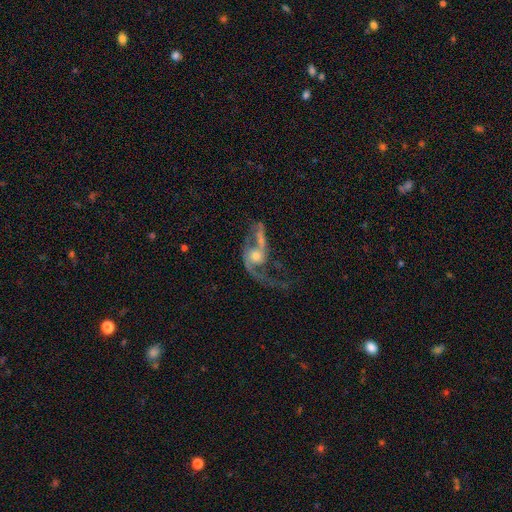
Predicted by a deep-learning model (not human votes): Overall: featured or disk (80%). Edge-on disk: no (95%). Bar: no (69%). Spiral arms: yes (85%). Spiral arm count: 2 (65%). Spiral winding: loose (69%). Bulge size: moderate (54%; small 35%). Merging: major disturbance (40%; none 28%).